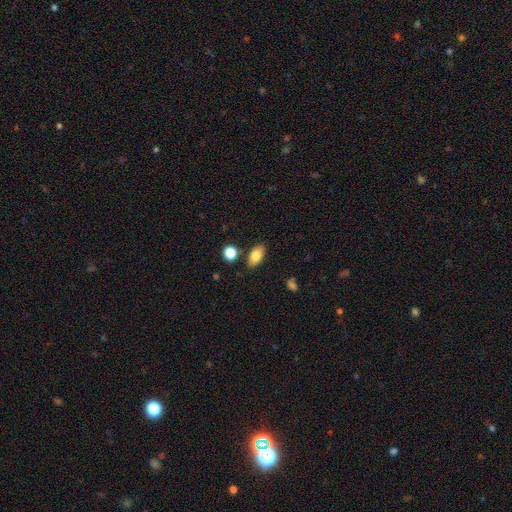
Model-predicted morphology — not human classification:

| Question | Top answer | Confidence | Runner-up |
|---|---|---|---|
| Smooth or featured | smooth | 81% | featured or disk (11%) |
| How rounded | in between | 90% | round (6%) |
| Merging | none | 83% | minor disturbance (10%) |